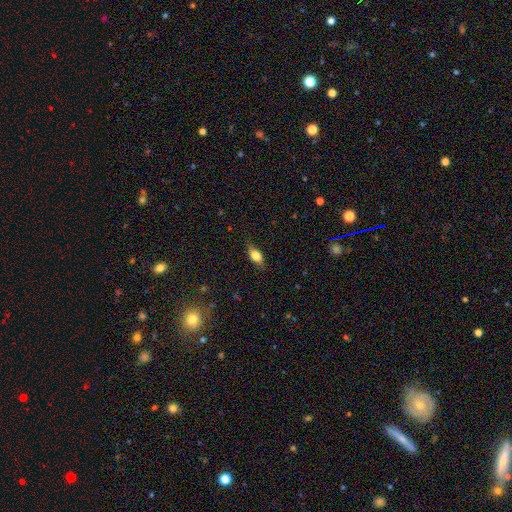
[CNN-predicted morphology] Smooth or featured? Predicted: smooth (p=0.67). How rounded? Predicted: in between (p=0.76). Merging? Predicted: none (p=0.79).